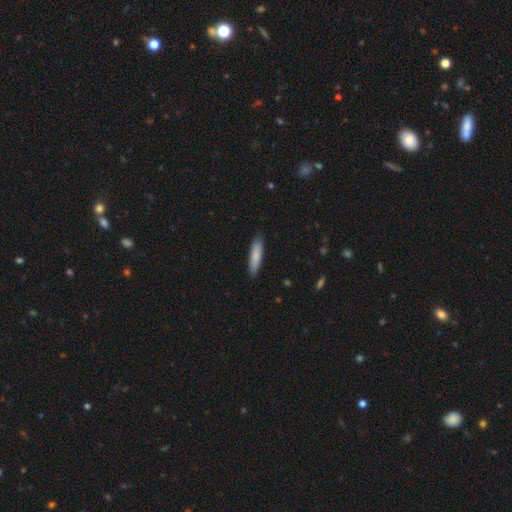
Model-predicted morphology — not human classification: A smooth galaxy with no disk features (82%) that is cigar-shaped (72%).

Vote fractions:
- Smooth or featured? smooth: 82% / featured or disk: 13% / star or artifact: 5%
- How rounded? cigar-shaped: 72% / in between: 27% / round: 1%
- Merging? none: 87% / minor disturbance: 10% / major disturbance: 2% / merger: 1%